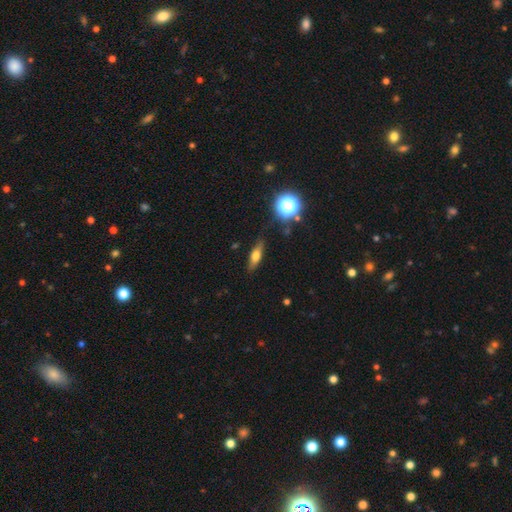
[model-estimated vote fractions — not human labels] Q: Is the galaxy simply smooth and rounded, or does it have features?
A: smooth — 57%.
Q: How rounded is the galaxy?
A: cigar-shaped — 48%.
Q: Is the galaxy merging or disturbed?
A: none — 82%.